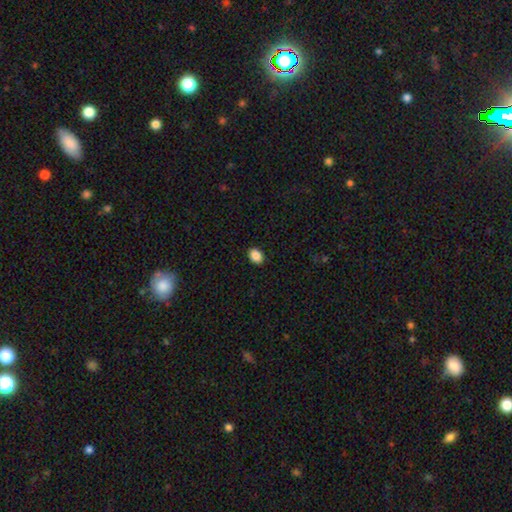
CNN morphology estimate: This is clearly a smooth galaxy (89%). How rounded: likely in between (76%). Merging: clearly none (90%).